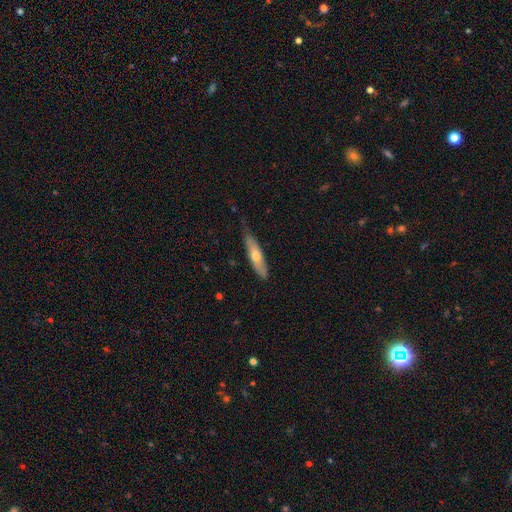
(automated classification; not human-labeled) This appears to be a smooth galaxy with no disk features (54%) that is cigar-shaped (79%). Merging: none (63%).